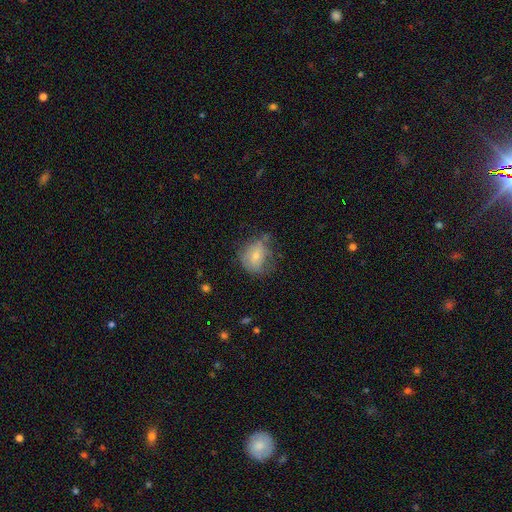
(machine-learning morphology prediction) Overall: smooth (55%; featured or disk 32%). How rounded: round (66%; in between 33%). Merging: none (53%; minor disturbance 30%).